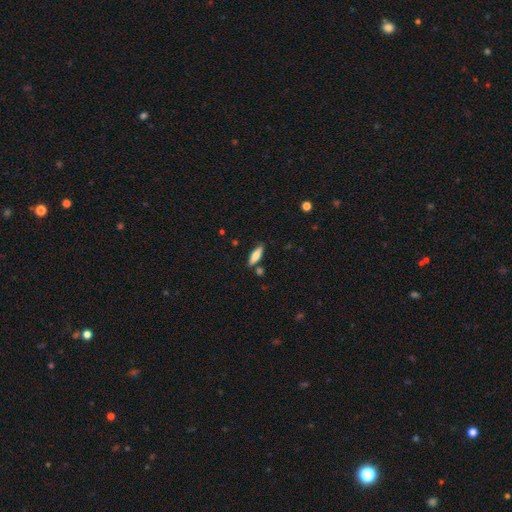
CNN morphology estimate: smooth_or_featured: smooth (p=0.73) [alt: featured or disk p=0.20]
how_rounded: cigar-shaped (p=0.54) [alt: in between p=0.44]
merging: none (p=0.80) [alt: minor disturbance p=0.12]